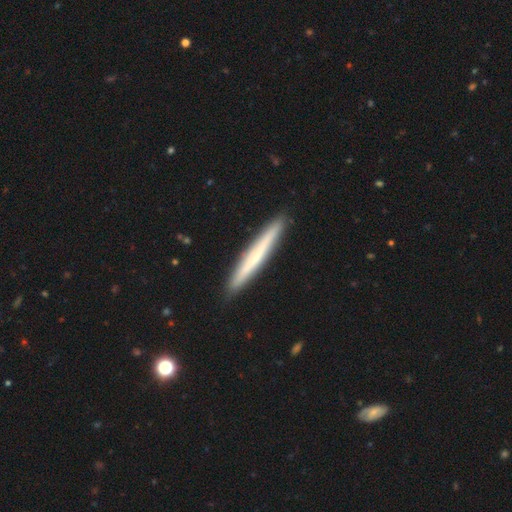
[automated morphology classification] smooth_or_featured: smooth (p=0.53) [alt: featured or disk p=0.42]
how_rounded: cigar-shaped (p=0.97) [alt: in between p=0.02]
merging: none (p=0.92) [alt: minor disturbance p=0.06]